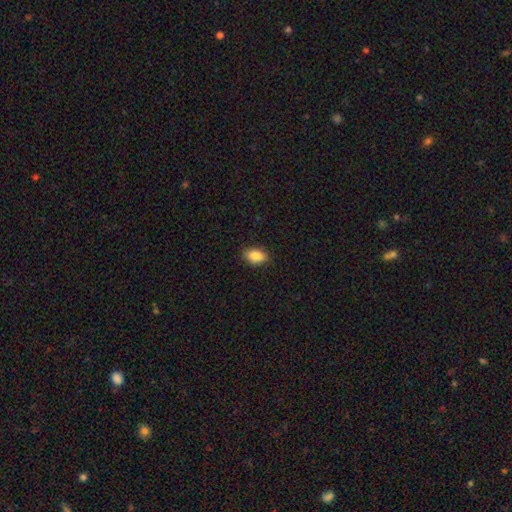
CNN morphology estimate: Smooth or featured? smooth (87%)
How rounded? in between (88%)
Merging? none (88%)